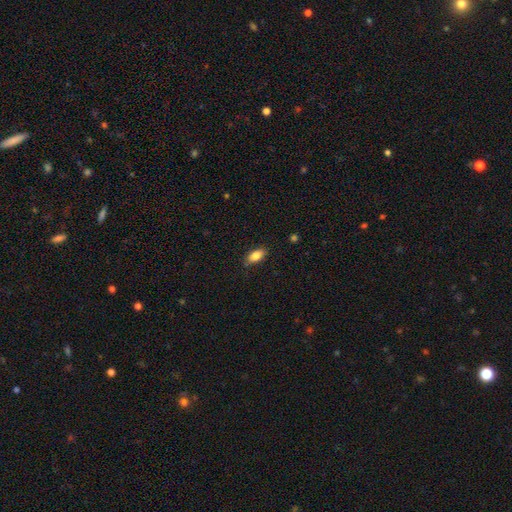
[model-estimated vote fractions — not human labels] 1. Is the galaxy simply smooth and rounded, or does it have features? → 83% smooth, 10% featured or disk, 7% star or artifact.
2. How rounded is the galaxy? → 87% in between, 9% cigar-shaped, 4% round.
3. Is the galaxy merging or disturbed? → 82% none, 14% minor disturbance, 3% major disturbance, 1% merger.